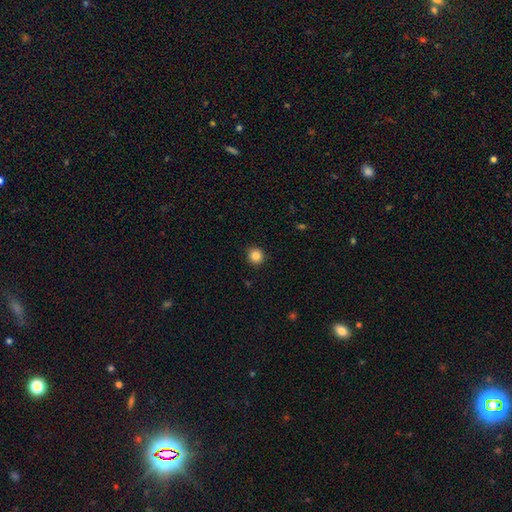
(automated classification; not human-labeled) Smooth or featured: smooth — 85% (star or artifact — 11%)
How rounded: round — 93% (in between — 6%)
Merging: none — 93% (minor disturbance — 5%)